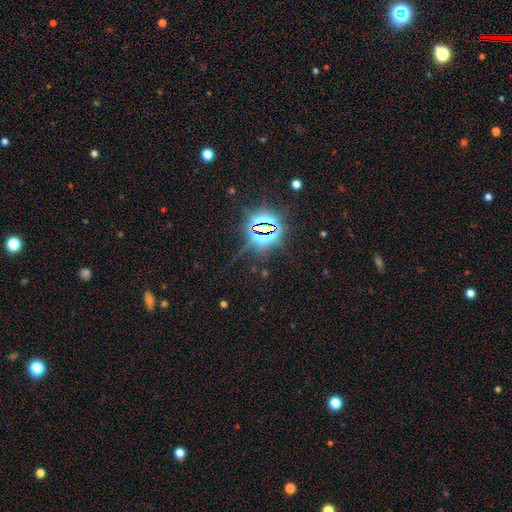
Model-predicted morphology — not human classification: Overall: star or artifact (83%).